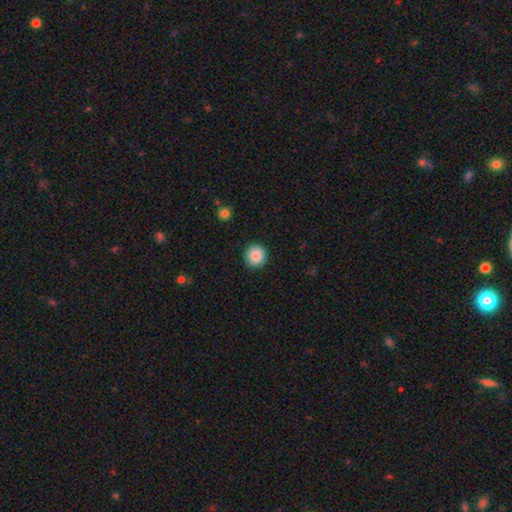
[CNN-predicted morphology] smooth_or_featured: smooth (p=0.86) [alt: star or artifact p=0.08]
how_rounded: round (p=0.94) [alt: in between p=0.05]
merging: none (p=0.91) [alt: minor disturbance p=0.06]